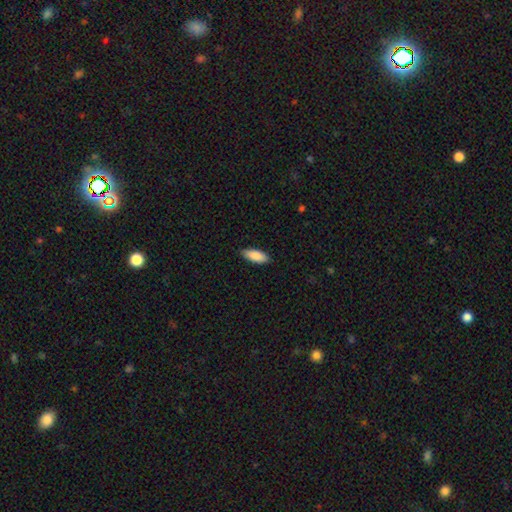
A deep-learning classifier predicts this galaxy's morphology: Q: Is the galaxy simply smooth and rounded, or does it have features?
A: smooth — 89%.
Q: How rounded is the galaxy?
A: in between — 78%.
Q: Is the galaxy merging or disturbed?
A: none — 89%.